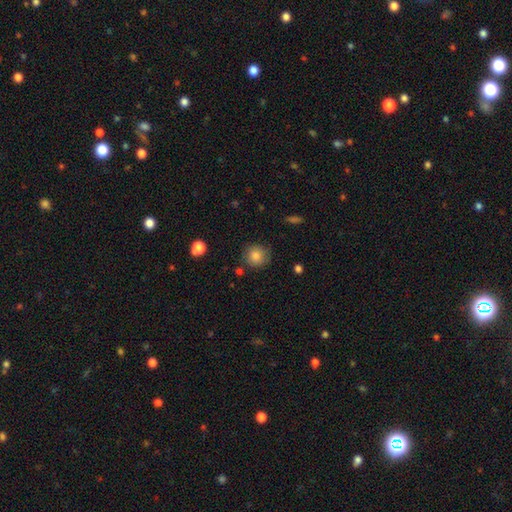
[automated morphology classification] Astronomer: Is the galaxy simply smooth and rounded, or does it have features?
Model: smooth — 82%.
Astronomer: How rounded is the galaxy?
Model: round — 88%.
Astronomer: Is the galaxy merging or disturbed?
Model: none — 79%.